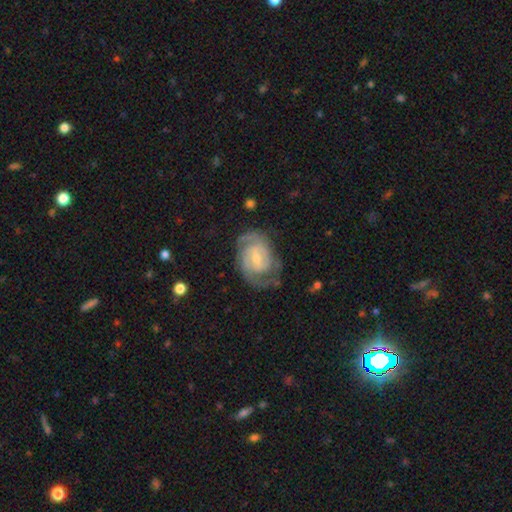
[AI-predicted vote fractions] Morphology: type=featured or disk (86%); edge-on=no (97%); bar=weak (49%); spiral arms=yes (97%); winding=tight (57%); arm count=2 (67%); bulge=small (61%); merging=none (70%).